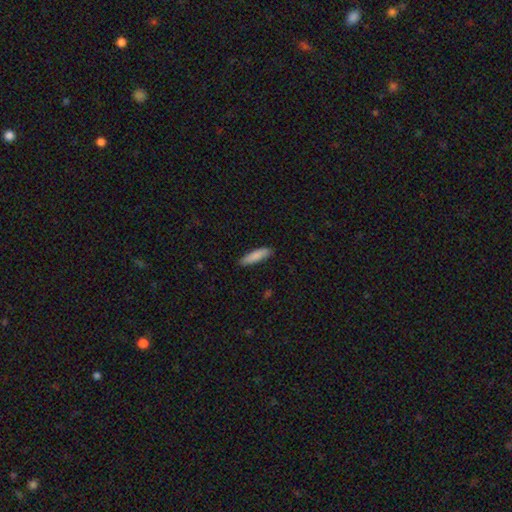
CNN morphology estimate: This appears to be a smooth galaxy with no disk features (85%) that is cigar-shaped (73%). Merging: none (87%).